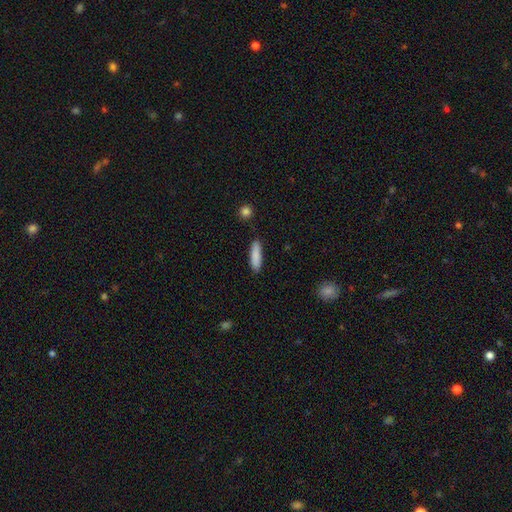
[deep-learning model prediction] A smooth galaxy with no disk features (86%) that is cigar-shaped (71%).

Vote fractions:
- Smooth or featured? smooth: 86% / featured or disk: 7% / star or artifact: 6%
- How rounded? cigar-shaped: 71% / in between: 27% / round: 2%
- Merging? none: 87% / minor disturbance: 9% / major disturbance: 2% / merger: 2%